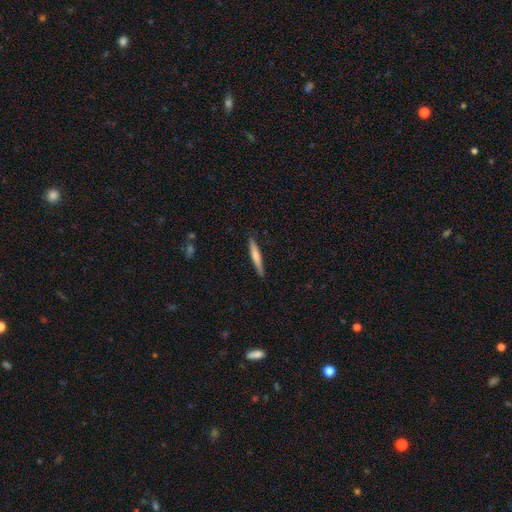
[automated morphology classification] The model was most divided on "smooth or featured": smooth: 62%, featured or disk: 32%, star or artifact: 5%. More confident: how rounded — cigar-shaped (95%); merging — none (88%).